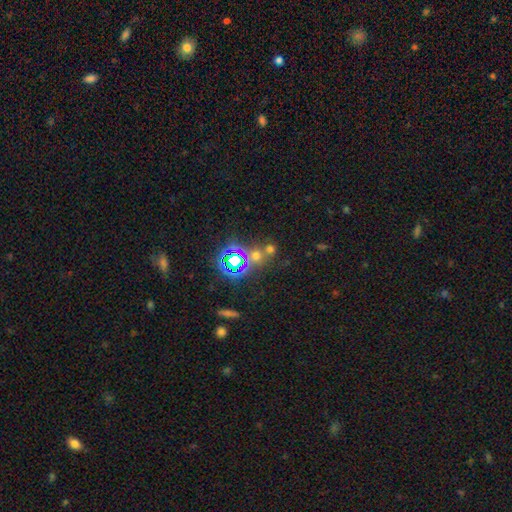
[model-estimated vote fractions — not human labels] smooth_or_featured: star or artifact (p=0.48) [alt: smooth p=0.41]